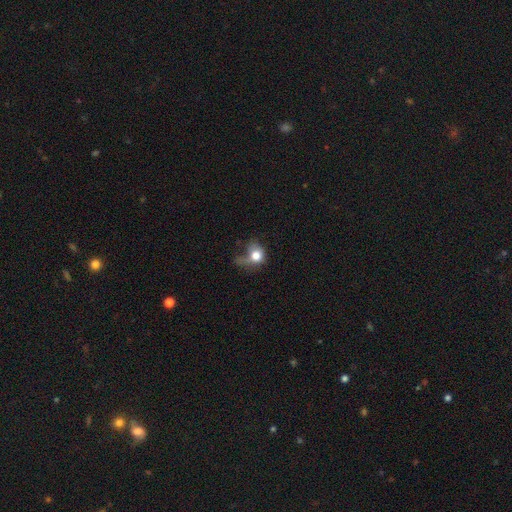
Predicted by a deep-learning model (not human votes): Morphology: type=smooth (70%); roundness=round (58%); merging=major disturbance (49%).